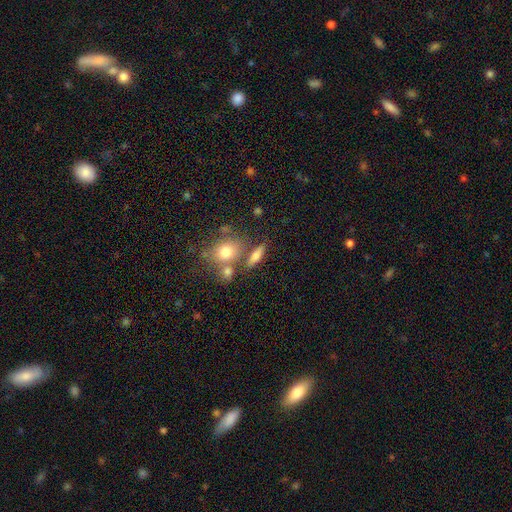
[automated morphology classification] Smooth or featured?
  - smooth: 72% *
  - featured or disk: 18%
  - star or artifact: 10%
How rounded?
  - in between: 48% *
  - cigar-shaped: 37%
  - round: 15%
Merging?
  - none: 65% *
  - merger: 18%
  - minor disturbance: 12%
  - major disturbance: 5%